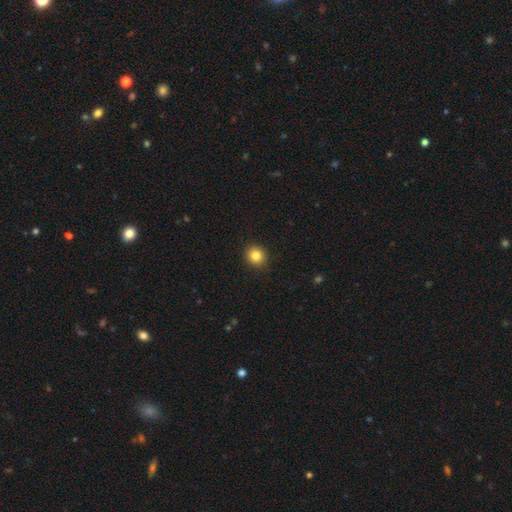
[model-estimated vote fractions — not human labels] A smooth galaxy with no disk features (83%) that is round (88%). Merging: none (92%).